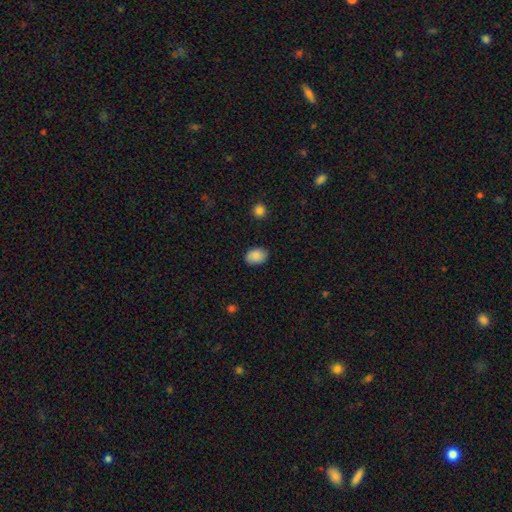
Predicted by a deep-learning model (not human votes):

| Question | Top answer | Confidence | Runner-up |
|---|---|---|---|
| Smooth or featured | smooth | 86% | star or artifact (8%) |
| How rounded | in between | 76% | round (23%) |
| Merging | none | 84% | minor disturbance (12%) |